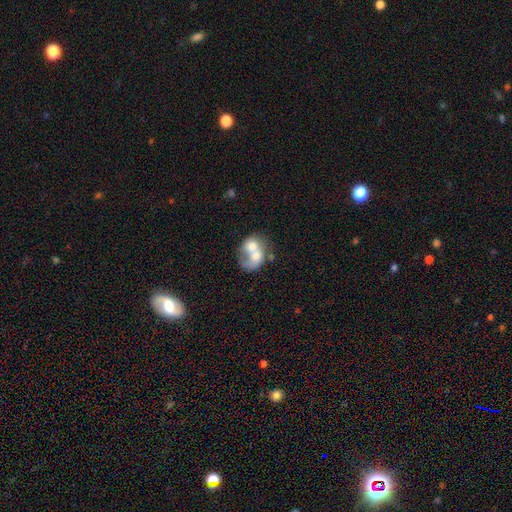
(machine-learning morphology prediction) A smooth galaxy with no disk features (53%) that is round (52%).

Vote fractions:
- Smooth or featured? smooth: 53% / featured or disk: 40% / star or artifact: 8%
- How rounded? round: 52% / in between: 47% / cigar-shaped: 1%
- Merging? merger: 76% / none: 11% / major disturbance: 7% / minor disturbance: 6%